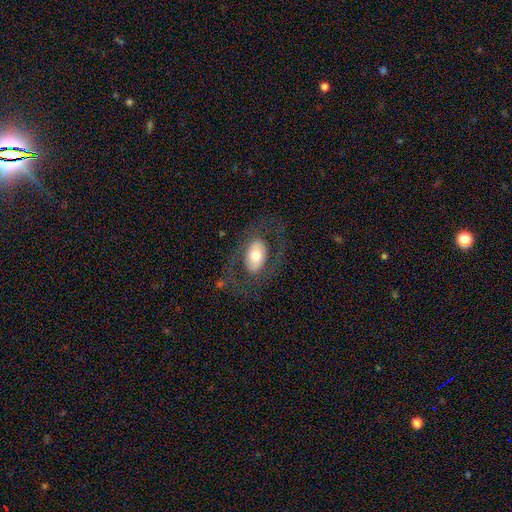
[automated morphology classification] Q: Smooth or featured?
A: featured or disk (47%); tied with: smooth (47%)
Q: Merging?
A: none (71%); runner-up: major disturbance (15%)